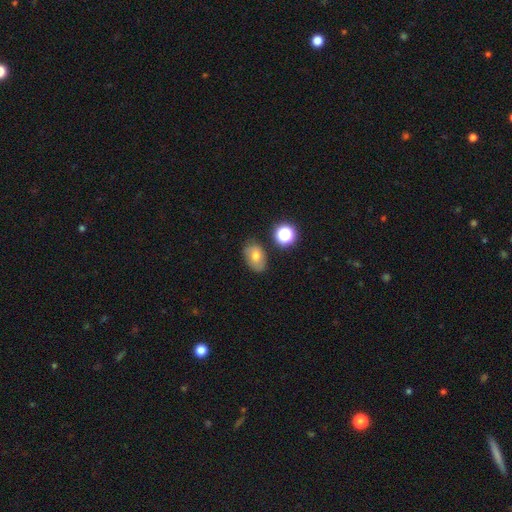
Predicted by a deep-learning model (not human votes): Smooth or featured: smooth — 68% (featured or disk — 20%)
How rounded: in between — 80% (round — 18%)
Merging: none — 73% (minor disturbance — 19%)